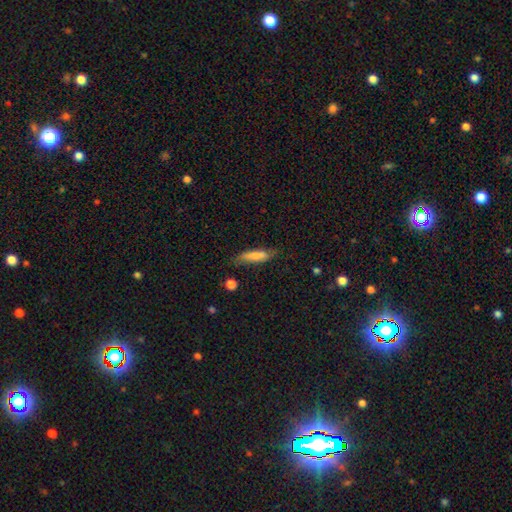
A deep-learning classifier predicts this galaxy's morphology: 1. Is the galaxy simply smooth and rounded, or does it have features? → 70% smooth, 23% featured or disk, 6% star or artifact.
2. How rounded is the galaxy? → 62% cigar-shaped, 36% in between, 2% round.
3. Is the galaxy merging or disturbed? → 67% none, 23% minor disturbance, 7% major disturbance, 3% merger.